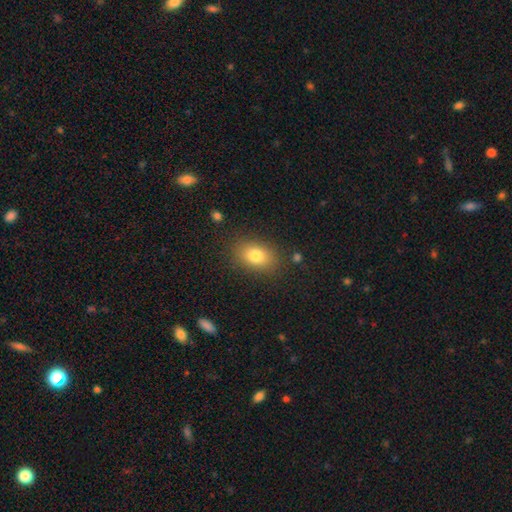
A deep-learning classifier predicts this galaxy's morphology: Smooth or featured? Predicted: smooth (p=0.80). How rounded? Predicted: in between (p=0.78). Merging? Predicted: none (p=0.84).